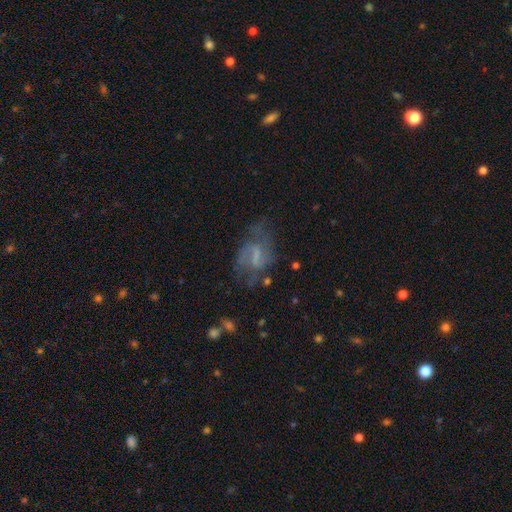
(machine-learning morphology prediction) smooth_or_featured: featured or disk (p=0.64) [alt: smooth p=0.25]
disk_edge_on: no (p=0.96) [alt: yes p=0.04]
bar: weak (p=0.52) [alt: no p=0.25]
has_spiral_arms: yes (p=0.75) [alt: no p=0.25]
bulge_size: none (p=0.46) [alt: small p=0.29]
merging: none (p=0.50) [alt: major disturbance p=0.24]